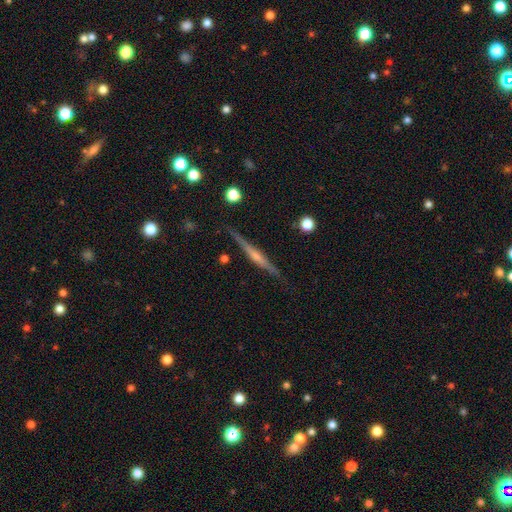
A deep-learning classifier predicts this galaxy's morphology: Overall: featured or disk (77%). Edge-on disk: yes (98%). Edge-on bulge: rounded (67%). Merging: none (89%).